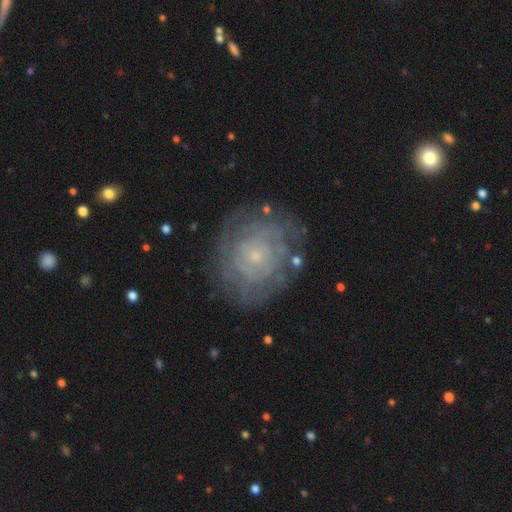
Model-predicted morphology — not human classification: The model was most divided on "spiral arm count": can't tell: 58%, 2: 11%, 4: 10%, 3: 9%, more than 4: 7%, 1: 5%. More confident: edge-on disk — no (97%); bar — no (84%); bulge size — small (84%); spiral arms — yes (80%); spiral winding — tight (77%); merging — none (77%); smooth or featured — featured or disk (72%).